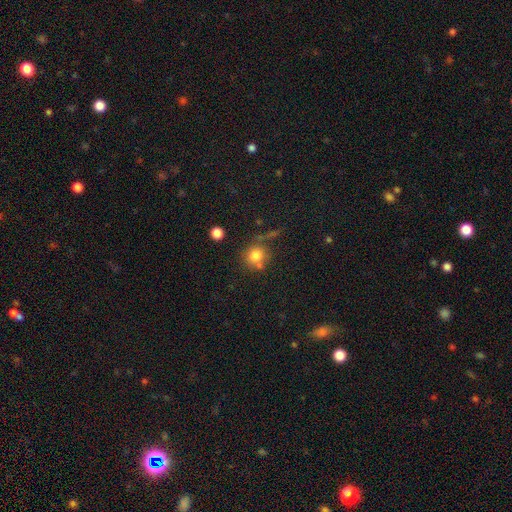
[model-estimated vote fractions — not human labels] Morphology: type=smooth (79%); roundness=round (87%); merging=none (59%).